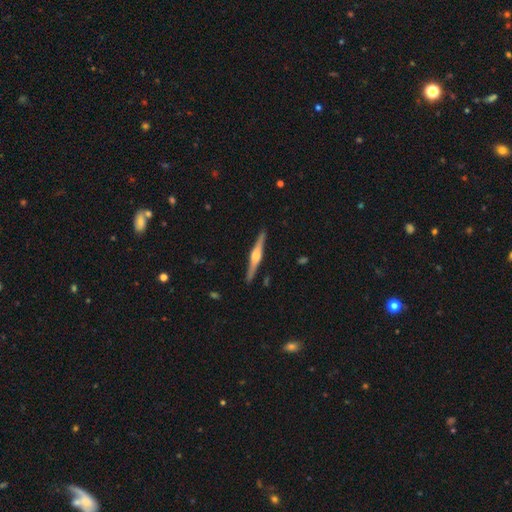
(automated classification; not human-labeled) This is likely a featured or disk galaxy (78%). It is clearly viewed edge-on (98%). Edge-on bulge: clearly rounded (90%). Merging: clearly none (91%).